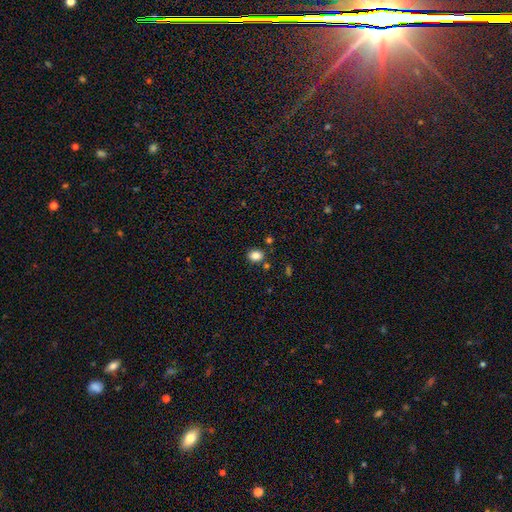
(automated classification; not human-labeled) smooth_or_featured: smooth (p=0.84) [alt: star or artifact p=0.11]
how_rounded: in between (p=0.52) [alt: round p=0.47]
merging: none (p=0.82) [alt: minor disturbance p=0.10]